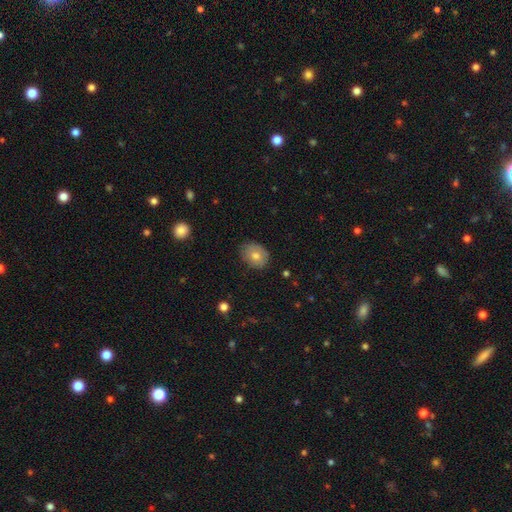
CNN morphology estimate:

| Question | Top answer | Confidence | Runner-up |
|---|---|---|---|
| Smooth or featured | smooth | 74% | featured or disk (17%) |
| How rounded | in between | 67% | round (32%) |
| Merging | none | 77% | minor disturbance (19%) |